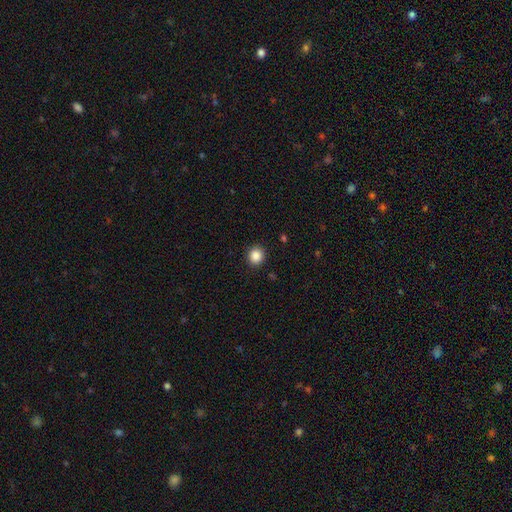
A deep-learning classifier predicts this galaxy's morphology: Smooth or featured? smooth (86%)
How rounded? round (87%)
Merging? none (92%)